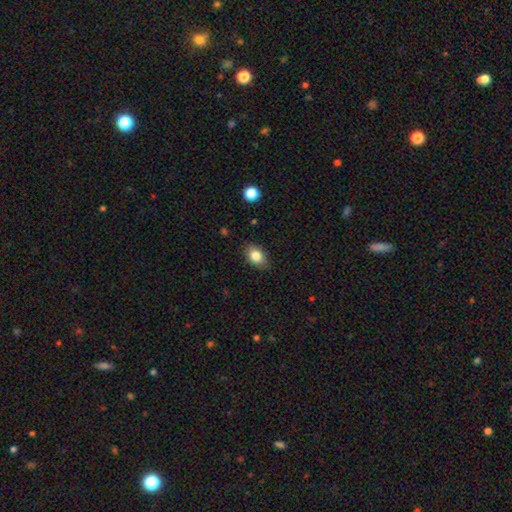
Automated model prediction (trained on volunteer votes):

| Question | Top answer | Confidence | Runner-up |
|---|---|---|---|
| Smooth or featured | smooth | 83% | star or artifact (9%) |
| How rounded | in between | 81% | round (18%) |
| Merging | none | 84% | minor disturbance (13%) |